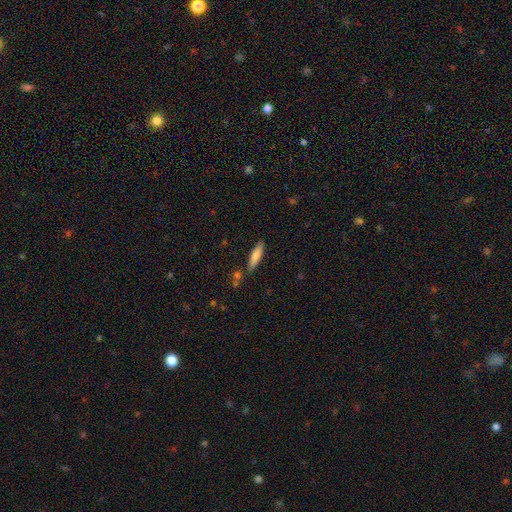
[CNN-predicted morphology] Smooth or featured?
  - smooth: 73% *
  - featured or disk: 21%
  - star or artifact: 6%
How rounded?
  - cigar-shaped: 74% *
  - in between: 25%
  - round: 2%
Merging?
  - none: 80% *
  - minor disturbance: 12%
  - merger: 5%
  - major disturbance: 3%